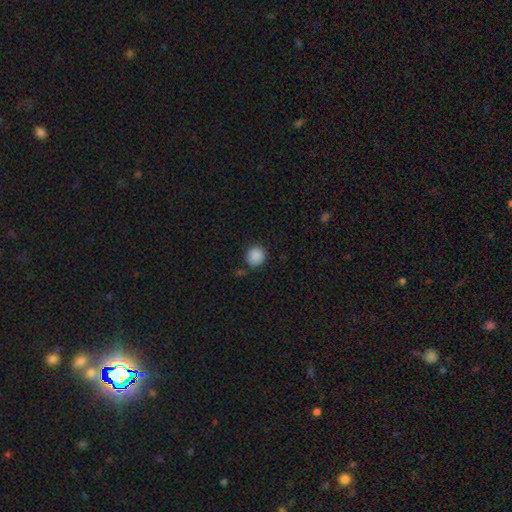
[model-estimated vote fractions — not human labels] The model was most divided on "merging": none: 83%, minor disturbance: 11%, merger: 3%, major disturbance: 3%. More confident: how rounded — round (91%); smooth or featured — smooth (88%).